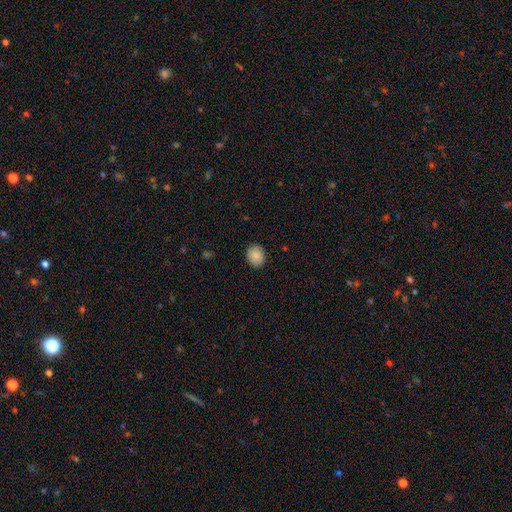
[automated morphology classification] Smooth or featured? Predicted: smooth (p=0.88). How rounded? Predicted: round (p=0.59). Merging? Predicted: none (p=0.89).